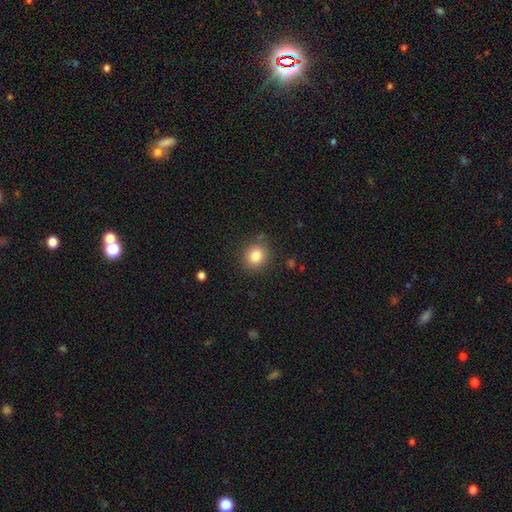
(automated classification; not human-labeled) The model was most divided on "how rounded": round: 77%, in between: 23%, cigar-shaped: 1%. More confident: smooth or featured — smooth (83%); merging — none (83%).